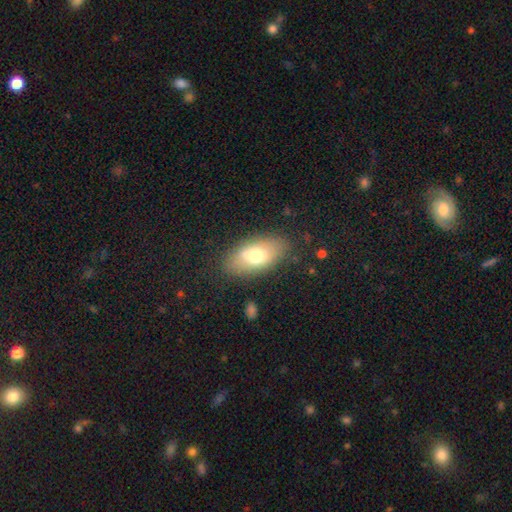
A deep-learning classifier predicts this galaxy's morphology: Overall: smooth (69%). How rounded: in between (91%). Merging: none (80%).